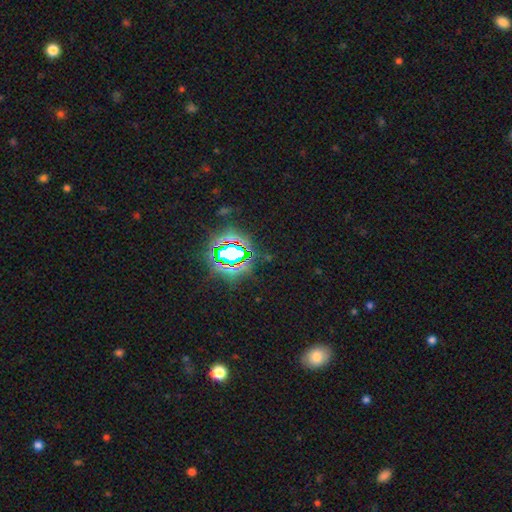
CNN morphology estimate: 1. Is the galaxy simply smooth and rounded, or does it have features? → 81% star or artifact, 11% smooth, 7% featured or disk.